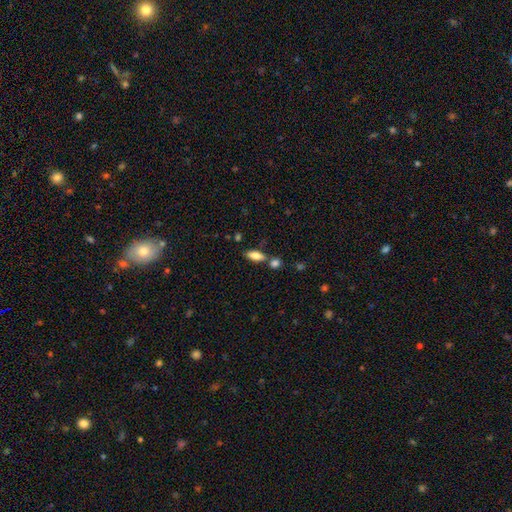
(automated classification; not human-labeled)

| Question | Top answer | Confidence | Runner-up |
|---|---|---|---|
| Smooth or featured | smooth | 78% | featured or disk (15%) |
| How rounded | in between | 75% | cigar-shaped (22%) |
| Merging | none | 67% | merger (18%) |